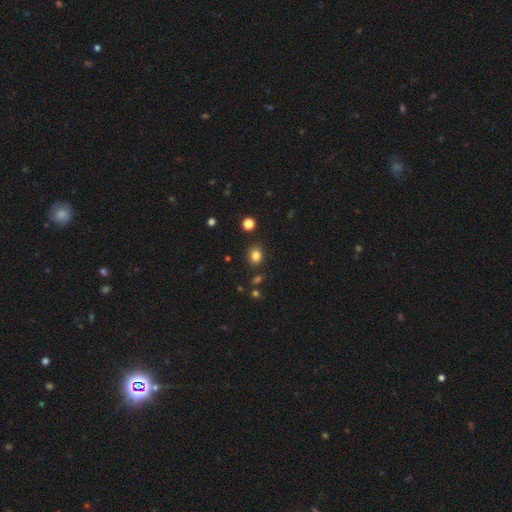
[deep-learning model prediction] Smooth or featured? Predicted: smooth (p=0.81). How rounded? Predicted: round (p=0.63). Merging? Predicted: none (p=0.85).